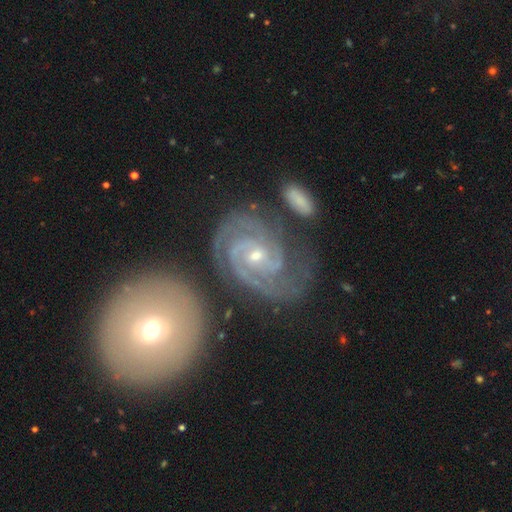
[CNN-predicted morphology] type=featured or disk (92%); edge-on=no (97%); bar=no (52%); spiral arms=yes (99%); winding=tight (68%); arm count=2 (39%); bulge=small (66%); merging=none (62%).